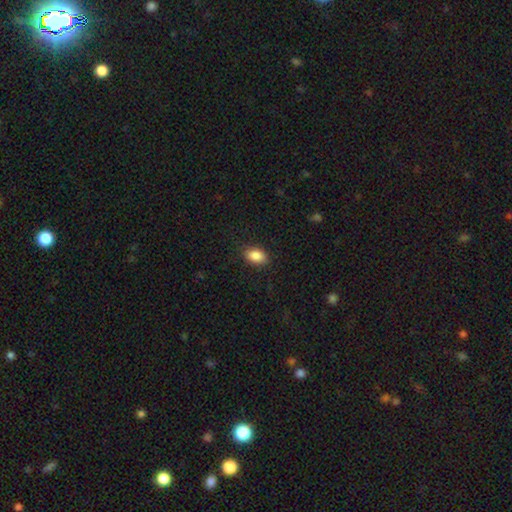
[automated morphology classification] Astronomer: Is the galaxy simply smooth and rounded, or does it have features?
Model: smooth — 88%.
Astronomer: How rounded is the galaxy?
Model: in between — 88%.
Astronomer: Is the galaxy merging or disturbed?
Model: none — 86%.